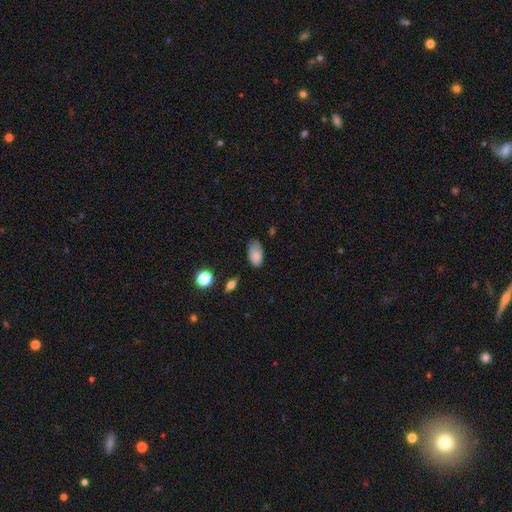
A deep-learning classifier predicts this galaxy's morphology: This appears to be a smooth galaxy with no disk features (81%) that is in between round and cigar-shaped (92%). Merging: none (57%).